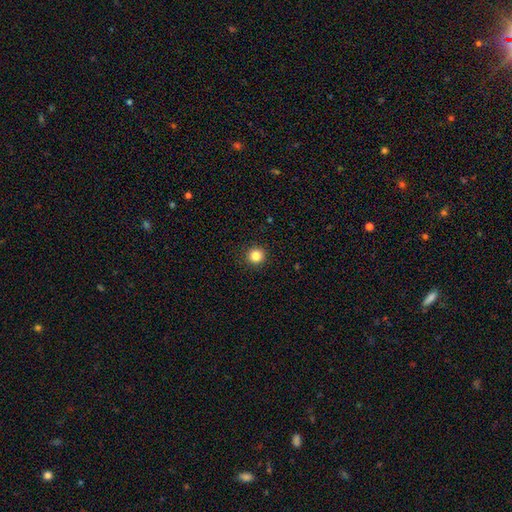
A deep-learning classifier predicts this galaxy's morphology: Smooth or featured?
  - smooth: 84% *
  - star or artifact: 12%
  - featured or disk: 5%
How rounded?
  - round: 95% *
  - in between: 4%
  - cigar-shaped: 1%
Merging?
  - none: 93% *
  - minor disturbance: 5%
  - major disturbance: 2%
  - merger: 1%